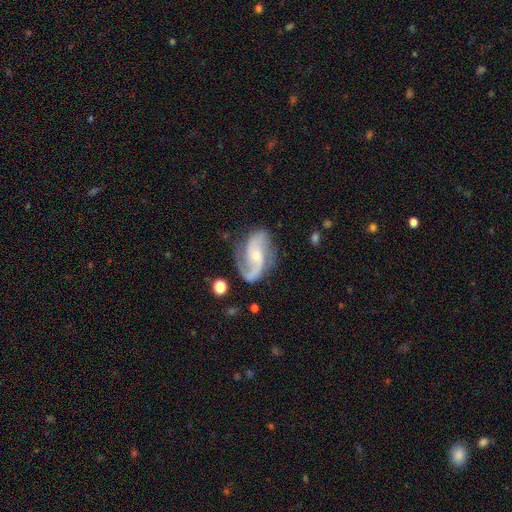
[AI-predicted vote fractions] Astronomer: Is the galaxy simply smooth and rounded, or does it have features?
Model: featured or disk — 89%.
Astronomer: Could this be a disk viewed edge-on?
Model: no — 97%.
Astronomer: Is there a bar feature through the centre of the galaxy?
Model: no — 54% (runner-up: weak, 35%).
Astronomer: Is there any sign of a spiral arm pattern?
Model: yes — 97%.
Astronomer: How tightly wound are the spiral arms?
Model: medium — 49% (runner-up: loose, 35%).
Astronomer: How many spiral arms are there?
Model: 2 — 89%.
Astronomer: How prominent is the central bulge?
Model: small — 57% (runner-up: moderate, 36%).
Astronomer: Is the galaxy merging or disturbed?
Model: none — 72%.